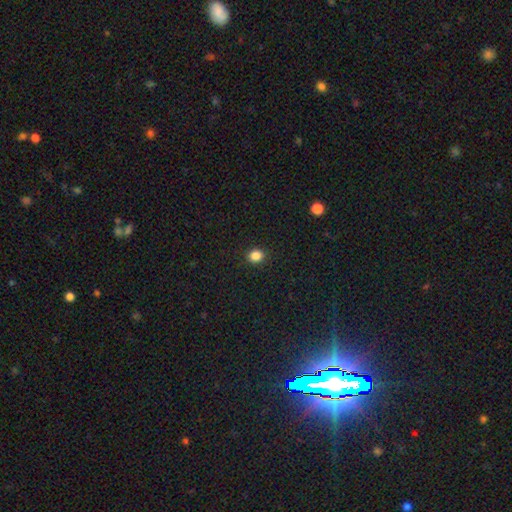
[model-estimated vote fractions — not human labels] A smooth galaxy with no disk features (85%) that is round (68%). Merging: none (91%).